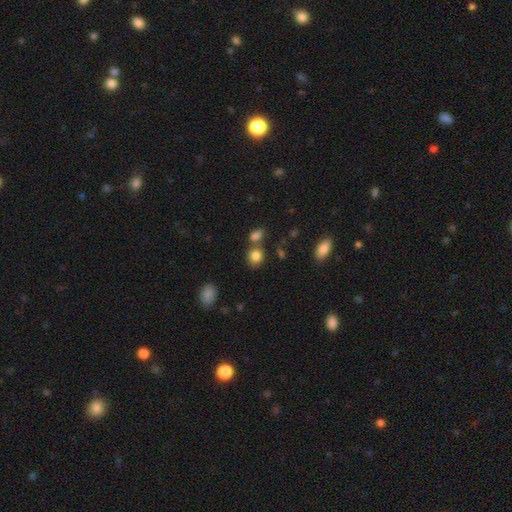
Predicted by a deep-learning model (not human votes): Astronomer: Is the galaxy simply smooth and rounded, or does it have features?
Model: smooth — 83%.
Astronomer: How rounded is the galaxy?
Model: round — 62%.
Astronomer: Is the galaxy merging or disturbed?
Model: none — 62%.